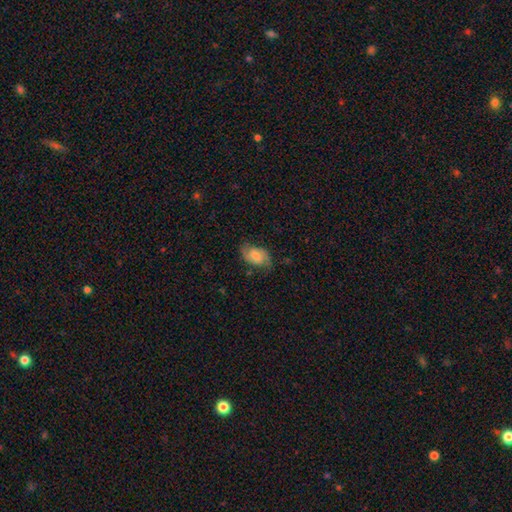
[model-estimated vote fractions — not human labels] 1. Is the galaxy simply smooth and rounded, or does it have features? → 50% featured or disk, 42% smooth, 8% star or artifact.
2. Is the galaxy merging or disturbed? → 69% none, 22% minor disturbance, 7% major disturbance, 1% merger.